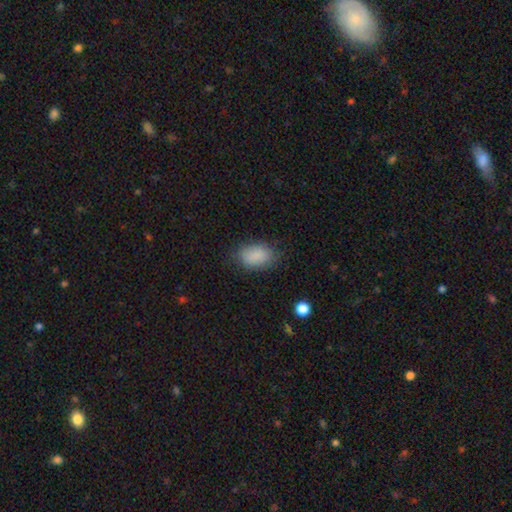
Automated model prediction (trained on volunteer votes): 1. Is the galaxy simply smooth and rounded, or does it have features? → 87% smooth, 8% star or artifact, 5% featured or disk.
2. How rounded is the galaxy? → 89% in between, 10% round, 2% cigar-shaped.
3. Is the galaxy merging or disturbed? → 78% none, 17% minor disturbance, 4% major disturbance, 1% merger.